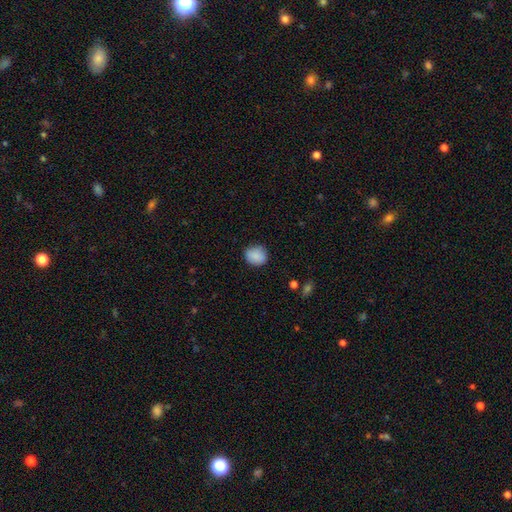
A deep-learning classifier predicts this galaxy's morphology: type=smooth (88%); roundness=round (78%); merging=none (84%).